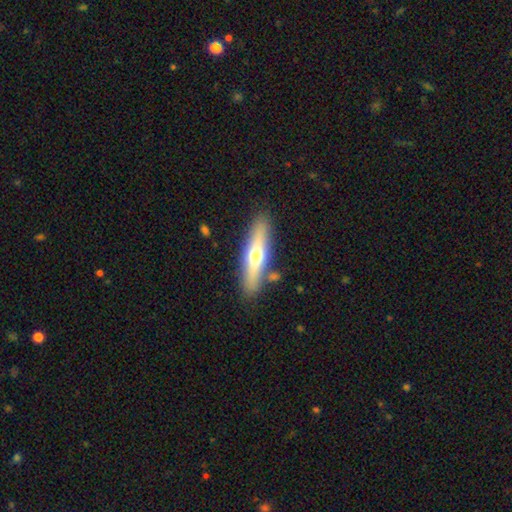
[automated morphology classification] smooth-or-featured: smooth: 49% | featured or disk: 44% | star or artifact: 6%
  merging: none: 84% | minor disturbance: 10% | merger: 4% | major disturbance: 3%